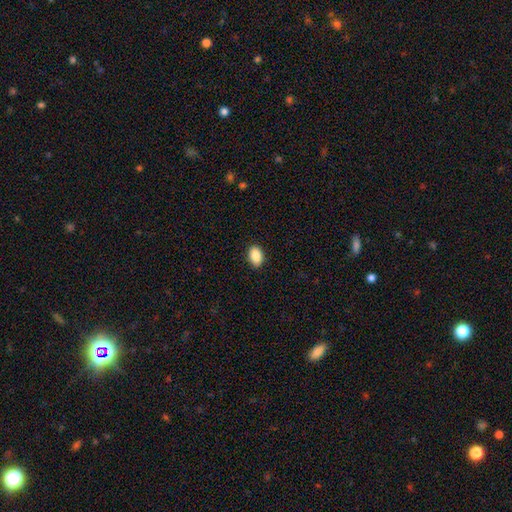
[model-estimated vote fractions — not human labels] smooth_or_featured: smooth (p=0.90) [alt: star or artifact p=0.07]
how_rounded: in between (p=0.87) [alt: round p=0.12]
merging: none (p=0.90) [alt: minor disturbance p=0.08]